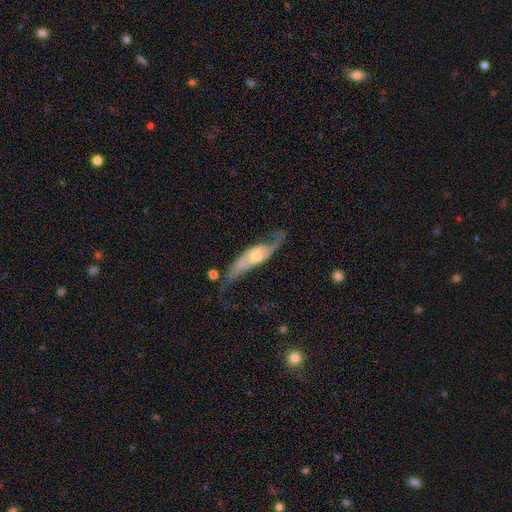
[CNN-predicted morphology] featured or disk 77%, smooth 17%, star or artifact 6%. Down the decision tree: edge-on disk — no (78%); bar — no (61%); spiral arms — yes (89%); spiral arm count — 2 (79%); spiral winding — loose (49%); bulge size — moderate (47%); merging — none (51%).